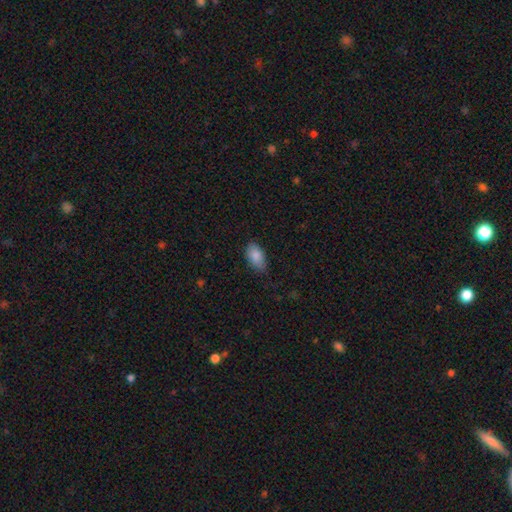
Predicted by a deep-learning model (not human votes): Q: Smooth or featured?
A: smooth (86%); runner-up: featured or disk (7%)
Q: How rounded?
A: in between (93%); runner-up: round (4%)
Q: Merging?
A: none (76%); runner-up: minor disturbance (20%)